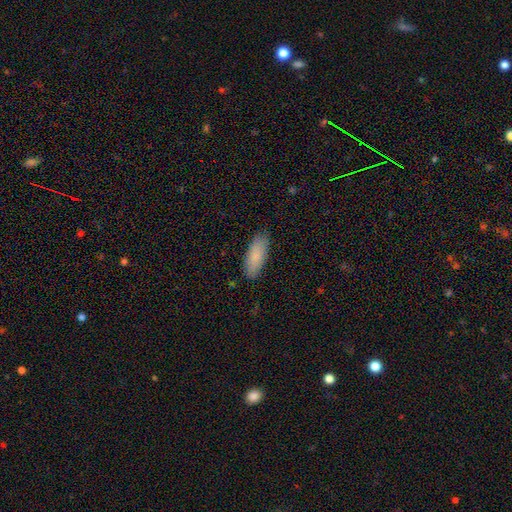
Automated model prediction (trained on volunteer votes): Q: Smooth or featured?
A: smooth (84%); runner-up: featured or disk (10%)
Q: How rounded?
A: in between (72%); runner-up: cigar-shaped (26%)
Q: Merging?
A: none (86%); runner-up: minor disturbance (11%)